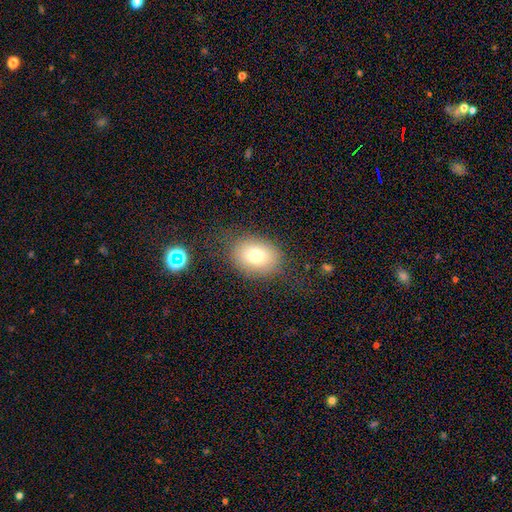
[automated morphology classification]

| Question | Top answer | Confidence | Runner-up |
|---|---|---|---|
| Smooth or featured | smooth | 73% | featured or disk (15%) |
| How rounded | in between | 64% | round (36%) |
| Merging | none | 75% | minor disturbance (15%) |